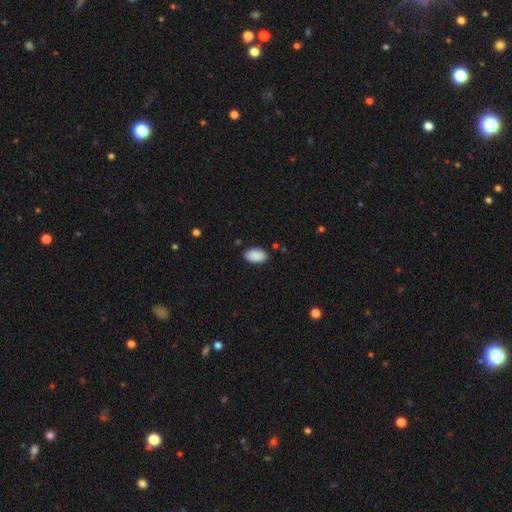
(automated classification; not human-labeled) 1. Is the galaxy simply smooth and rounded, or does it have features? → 90% smooth, 6% star or artifact, 3% featured or disk.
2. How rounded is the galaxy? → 95% in between, 3% round, 2% cigar-shaped.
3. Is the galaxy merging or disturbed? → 86% none, 10% minor disturbance, 2% major disturbance, 1% merger.